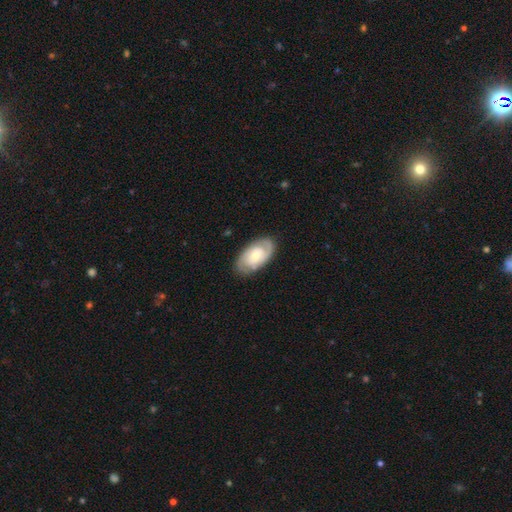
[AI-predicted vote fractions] Q: Smooth or featured?
A: featured or disk (68%); runner-up: smooth (27%)
Q: Edge-on disk?
A: no (95%); runner-up: yes (5%)
Q: Bar?
A: no (69%); runner-up: weak (26%)
Q: Spiral arms?
A: yes (87%); runner-up: no (13%)
Q: Spiral winding?
A: tight (56%); runner-up: medium (33%)
Q: Spiral arm count?
A: 2 (62%); runner-up: can't tell (21%)
Q: Bulge size?
A: small (50%); runner-up: moderate (45%)
Q: Merging?
A: none (80%); runner-up: minor disturbance (15%)